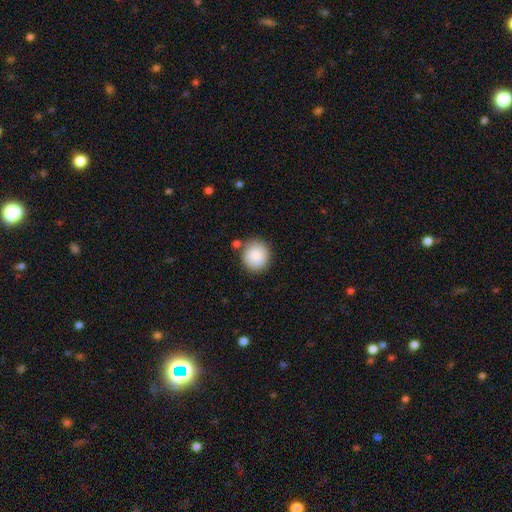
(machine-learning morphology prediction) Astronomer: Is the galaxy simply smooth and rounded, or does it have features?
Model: smooth — 88%.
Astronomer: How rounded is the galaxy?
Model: round — 89%.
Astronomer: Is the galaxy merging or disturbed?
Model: none — 81%.